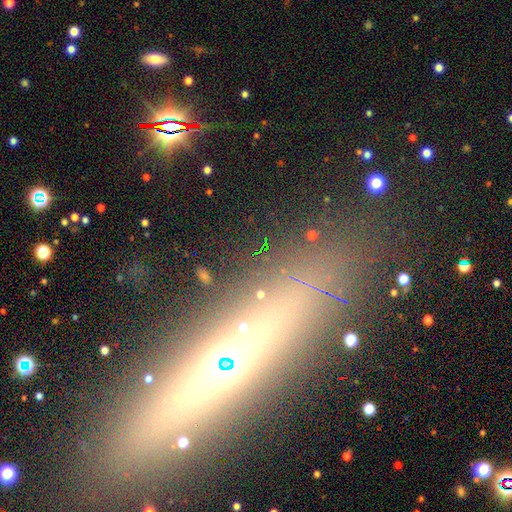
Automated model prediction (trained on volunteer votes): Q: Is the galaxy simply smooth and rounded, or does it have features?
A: featured or disk — 41%.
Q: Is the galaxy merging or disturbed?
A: none — 85%.